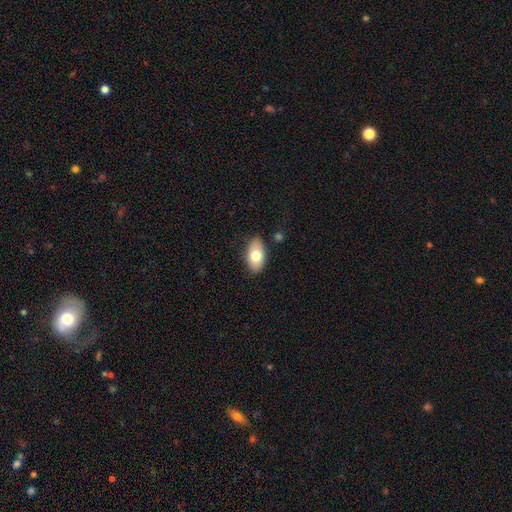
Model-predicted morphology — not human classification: The model was most divided on "smooth or featured": smooth: 76%, featured or disk: 18%, star or artifact: 7%. More confident: how rounded — in between (93%); merging — none (84%).